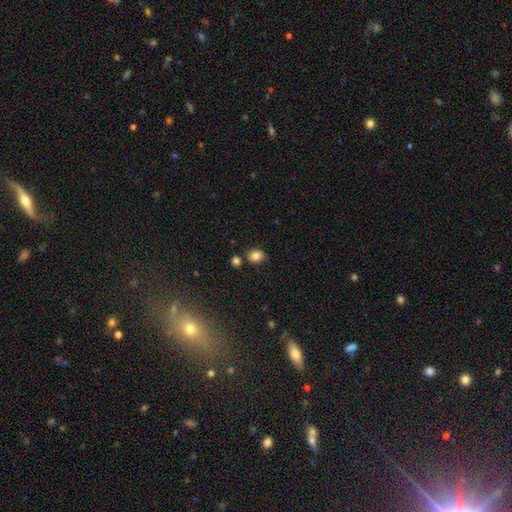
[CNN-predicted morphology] This appears to be a smooth galaxy with no disk features (83%) that is round (54%). Merging: none (75%).